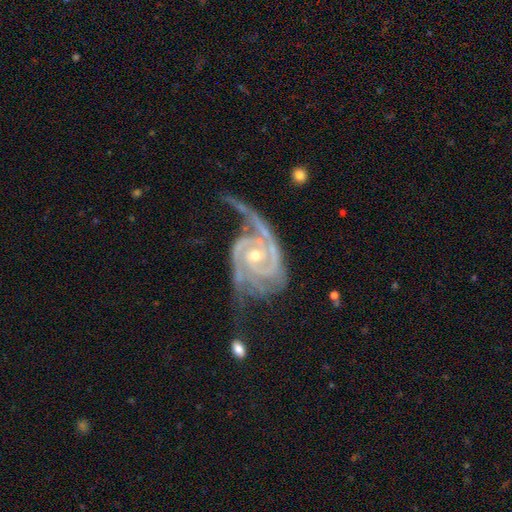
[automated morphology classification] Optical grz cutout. It shows a featured or disk galaxy (94%) with no bar (65%), 2 (56%) tight (56%) spiral arms (99%) and a small central bulge (52%). Merging: none (40%).